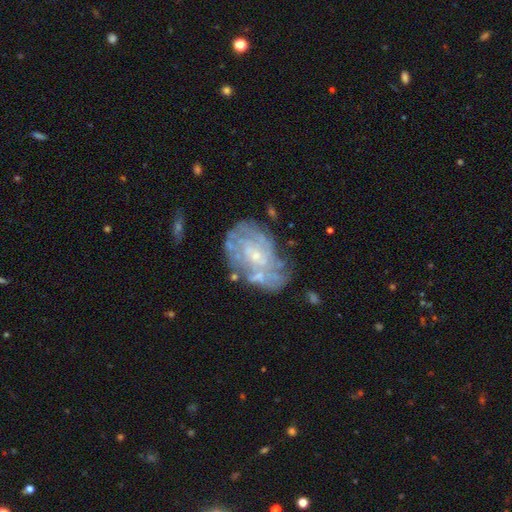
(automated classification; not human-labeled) Smooth or featured? Predicted: featured or disk (p=0.74). Edge-on disk? Predicted: no (p=0.96). Bar? Predicted: no (p=0.72). Spiral arms? Predicted: yes (p=0.63). Bulge size? Predicted: small (p=0.75). Merging? Predicted: none (p=0.54).